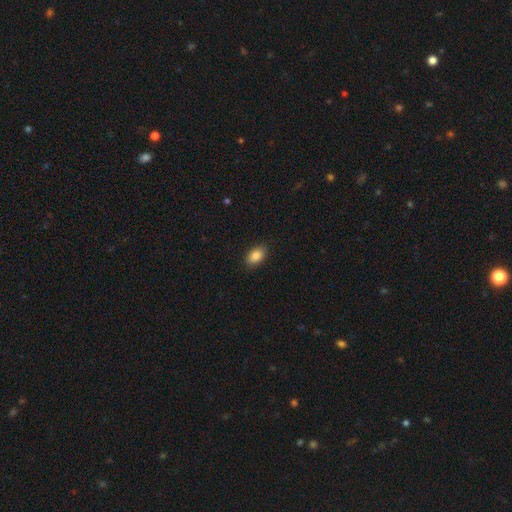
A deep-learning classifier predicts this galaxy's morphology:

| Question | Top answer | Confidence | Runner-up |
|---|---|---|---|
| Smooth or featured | smooth | 87% | star or artifact (8%) |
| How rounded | in between | 88% | round (10%) |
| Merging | none | 88% | minor disturbance (9%) |